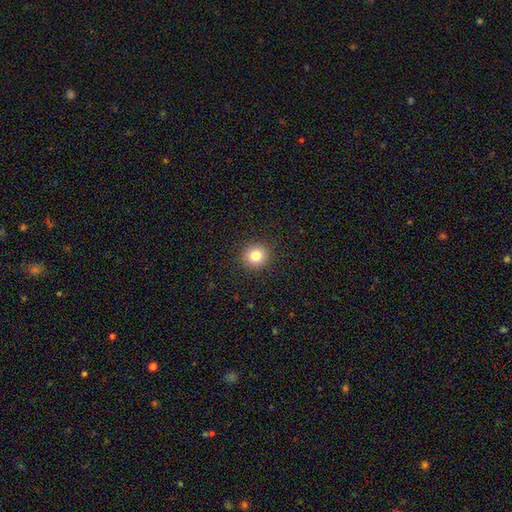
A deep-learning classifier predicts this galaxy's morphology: A smooth galaxy with no disk features (83%) that is round (91%).

Vote fractions:
- Smooth or featured? smooth: 83% / star or artifact: 11% / featured or disk: 6%
- How rounded? round: 91% / in between: 8% / cigar-shaped: 1%
- Merging? none: 92% / minor disturbance: 5% / major disturbance: 2% / merger: 1%